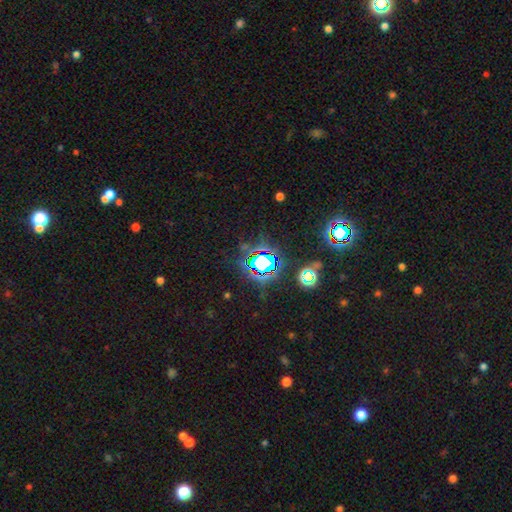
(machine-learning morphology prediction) Smooth or featured?
  - star or artifact: 81% *
  - smooth: 11%
  - featured or disk: 8%